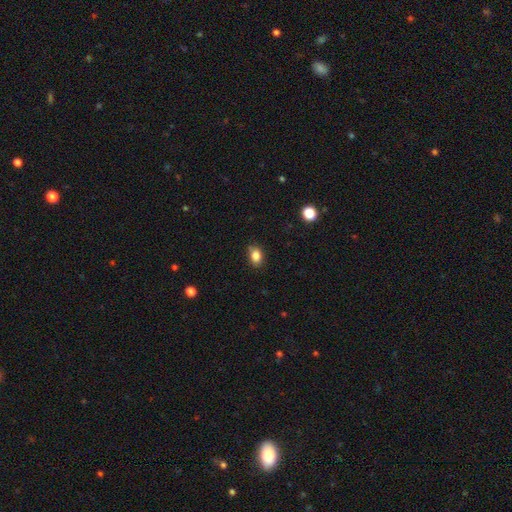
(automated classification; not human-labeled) Q: Smooth or featured?
A: smooth (85%); runner-up: star or artifact (10%)
Q: How rounded?
A: in between (73%); runner-up: round (26%)
Q: Merging?
A: none (79%); runner-up: minor disturbance (17%)